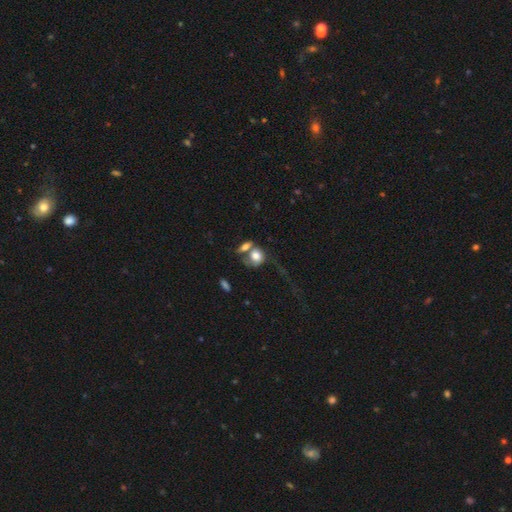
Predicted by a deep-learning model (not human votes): This appears to be a smooth galaxy with no disk features (67%) that is round (52%). Merging: merger (51%).